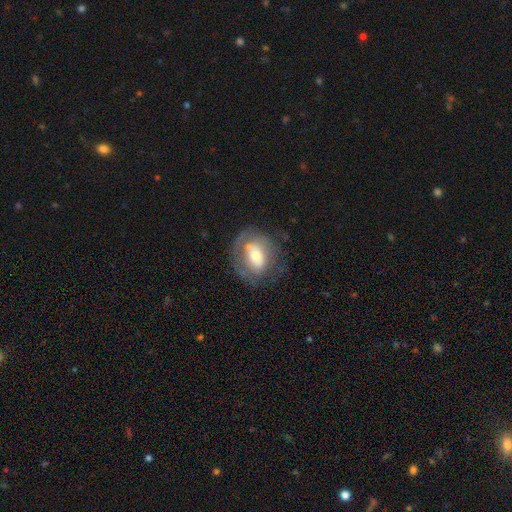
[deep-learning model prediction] Overall: featured or disk (47%; smooth 45%). Merging: none (63%).